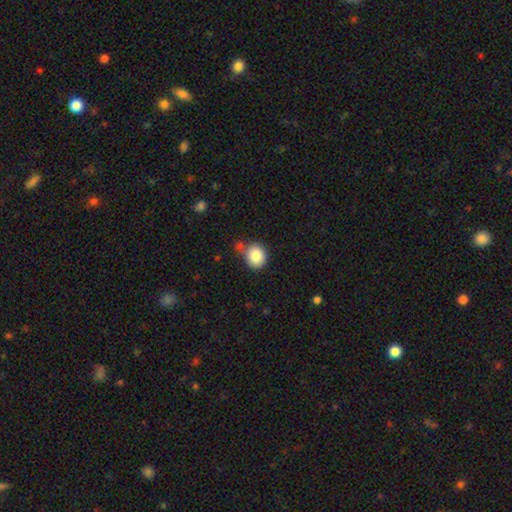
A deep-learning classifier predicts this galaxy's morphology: Overall: smooth (84%). How rounded: round (79%). Merging: none (63%).